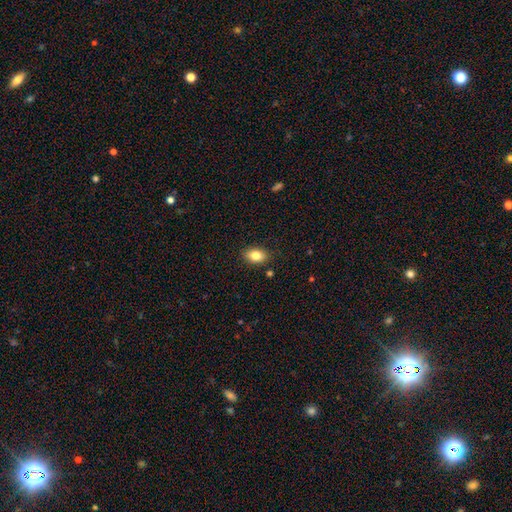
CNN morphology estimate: Q: Smooth or featured?
A: smooth (84%); runner-up: star or artifact (8%)
Q: How rounded?
A: in between (86%); runner-up: round (13%)
Q: Merging?
A: none (87%); runner-up: minor disturbance (9%)